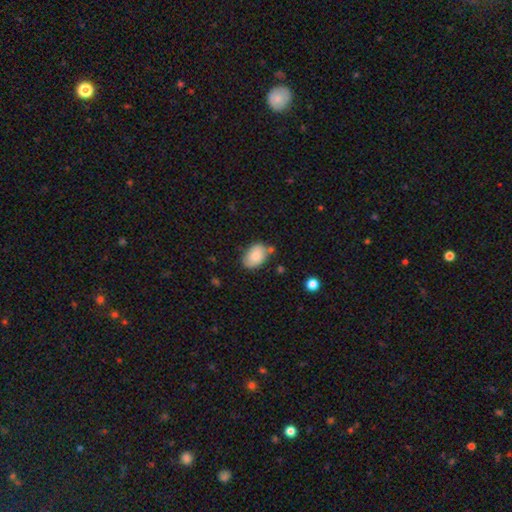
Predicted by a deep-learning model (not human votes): A smooth galaxy with no disk features (82%) that is in between round and cigar-shaped (85%).

Vote fractions:
- Smooth or featured? smooth: 82% / featured or disk: 11% / star or artifact: 7%
- How rounded? in between: 85% / round: 14% / cigar-shaped: 1%
- Merging? none: 70% / minor disturbance: 20% / merger: 6% / major disturbance: 4%